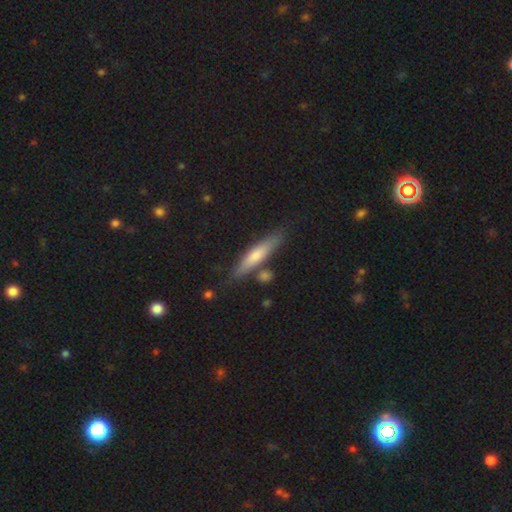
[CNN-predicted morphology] This is possibly a smooth galaxy (58%). How rounded: clearly cigar-shaped (86%). Merging: likely none (79%).